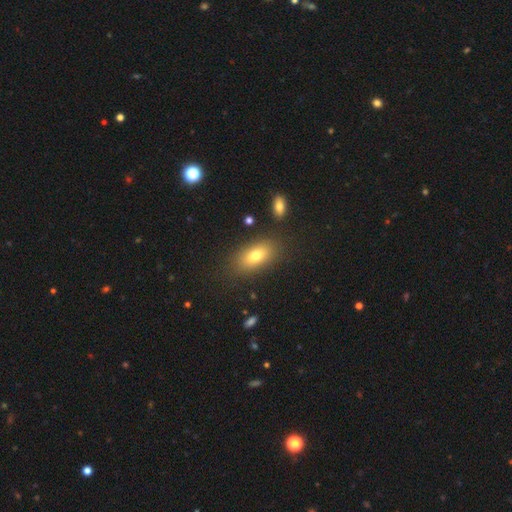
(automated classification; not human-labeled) smooth 75%, featured or disk 15%, star or artifact 10%. Down the decision tree: how rounded — in between (86%); merging — none (82%).